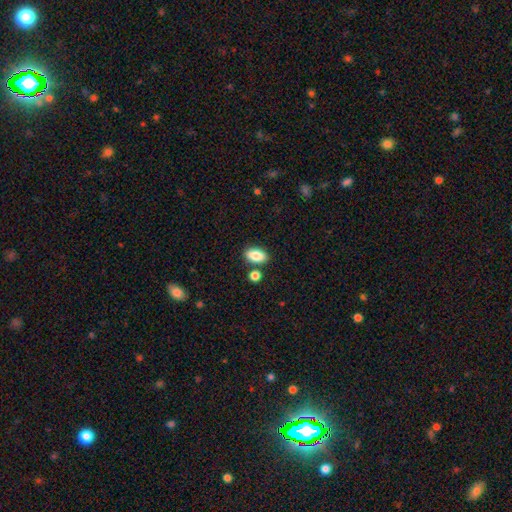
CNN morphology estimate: The model was most divided on "merging": none: 78%, minor disturbance: 10%, merger: 9%, major disturbance: 3%. More confident: how rounded — in between (90%); smooth or featured — smooth (86%).